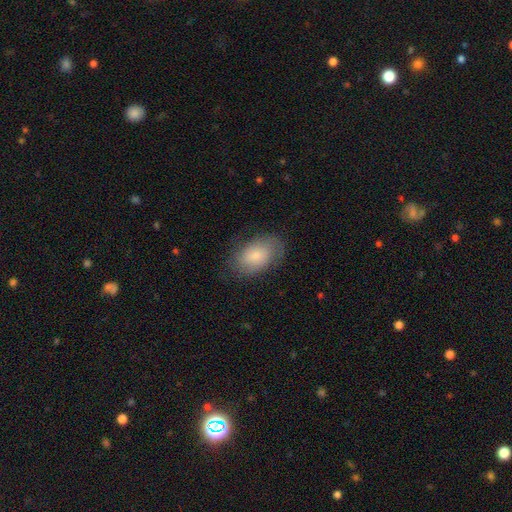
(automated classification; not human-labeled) Overall: smooth (67%). How rounded: in between (87%). Merging: none (73%).